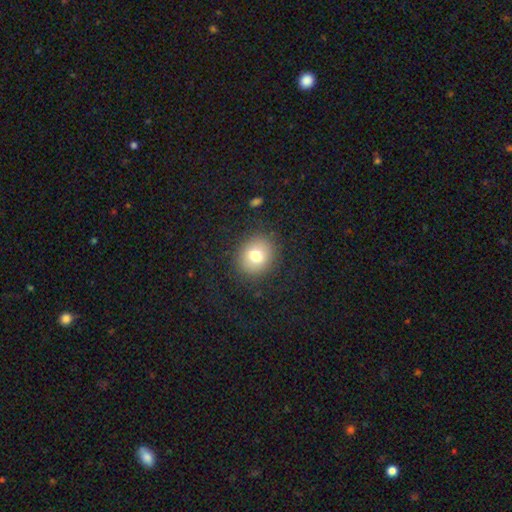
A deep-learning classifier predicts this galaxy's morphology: Smooth or featured? Predicted: smooth (p=0.76). How rounded? Predicted: round (p=0.75). Merging? Predicted: none (p=0.86).